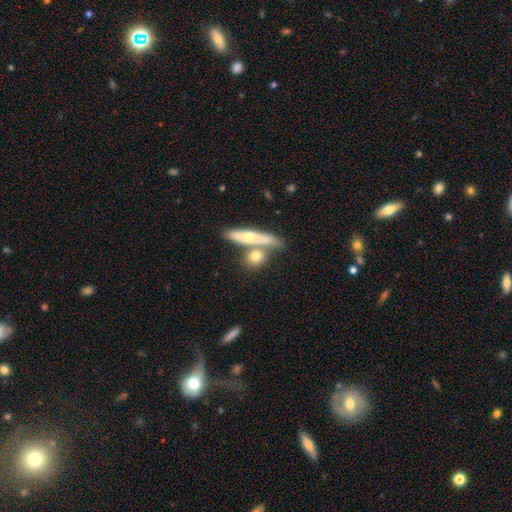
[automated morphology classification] Smooth or featured? smooth (68%)
How rounded? round (36%)
Merging? none (51%)